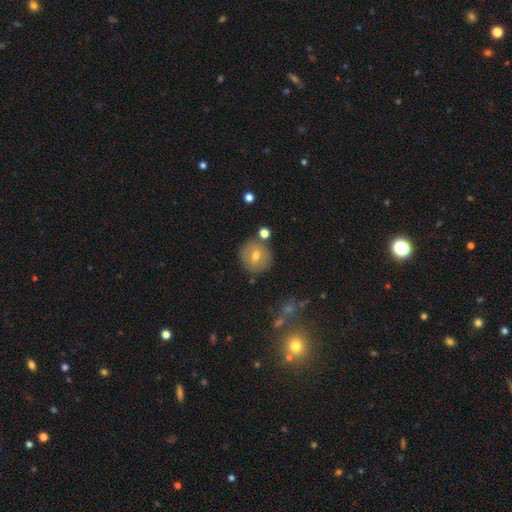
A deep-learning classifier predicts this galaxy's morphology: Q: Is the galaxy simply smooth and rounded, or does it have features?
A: smooth — 58%.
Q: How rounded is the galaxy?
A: round — 90%.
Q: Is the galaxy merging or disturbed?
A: none — 83%.